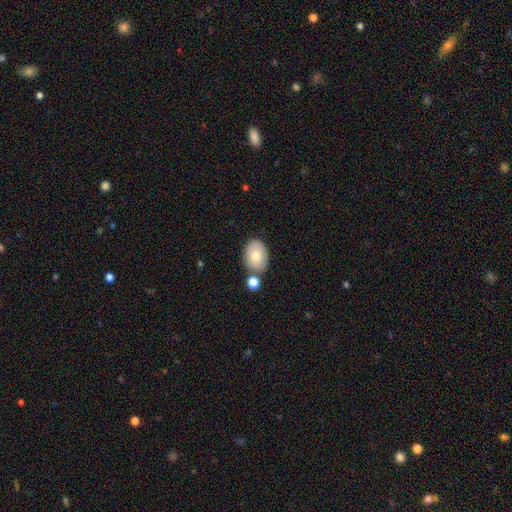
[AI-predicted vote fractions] A smooth galaxy with no disk features (78%) that is in between round and cigar-shaped (79%).

Vote fractions:
- Smooth or featured? smooth: 78% / featured or disk: 15% / star or artifact: 7%
- How rounded? in between: 79% / round: 20% / cigar-shaped: 1%
- Merging? none: 70% / minor disturbance: 15% / merger: 12% / major disturbance: 3%